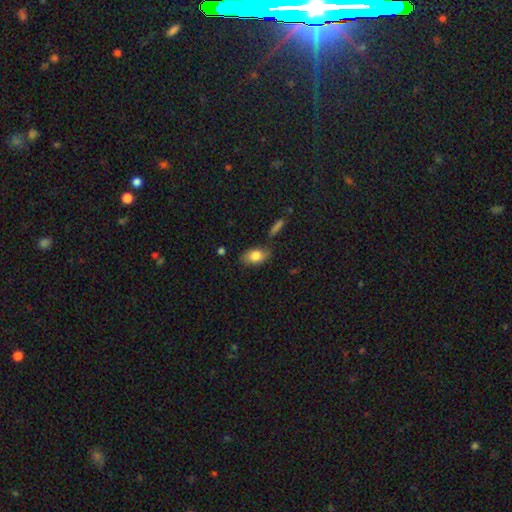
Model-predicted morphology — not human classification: Smooth or featured? smooth (78%)
How rounded? in between (87%)
Merging? none (74%)